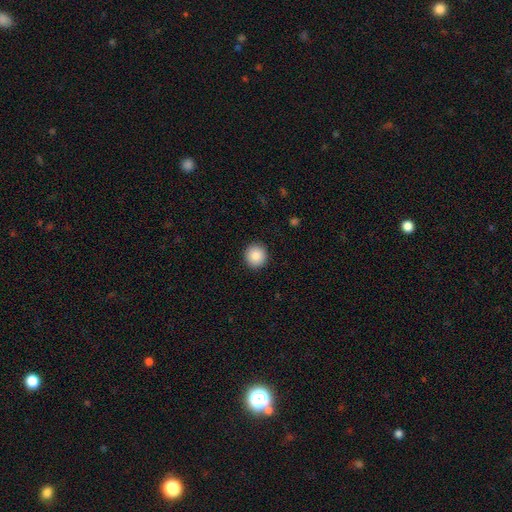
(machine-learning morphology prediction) This appears to be a smooth galaxy with no disk features (86%) that is round (93%). Merging: none (93%).